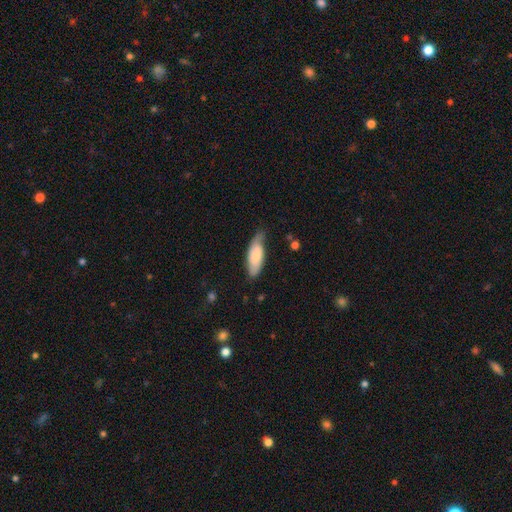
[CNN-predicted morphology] Smooth or featured? Predicted: smooth (p=0.74). How rounded? Predicted: in between (p=0.71). Merging? Predicted: none (p=0.61).